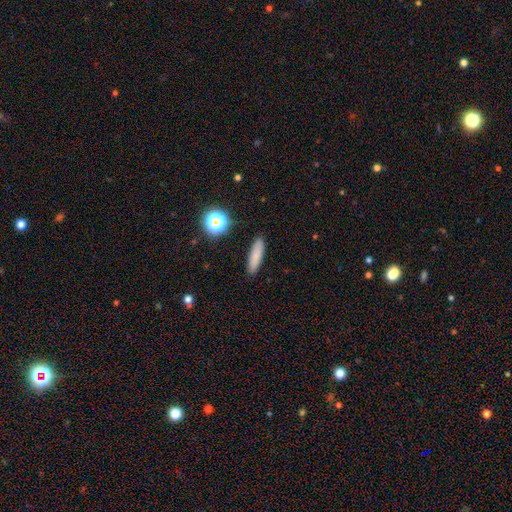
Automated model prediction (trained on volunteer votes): smooth_or_featured: smooth (p=0.81) [alt: star or artifact p=0.11]
how_rounded: cigar-shaped (p=0.70) [alt: in between p=0.27]
merging: none (p=0.89) [alt: minor disturbance p=0.08]